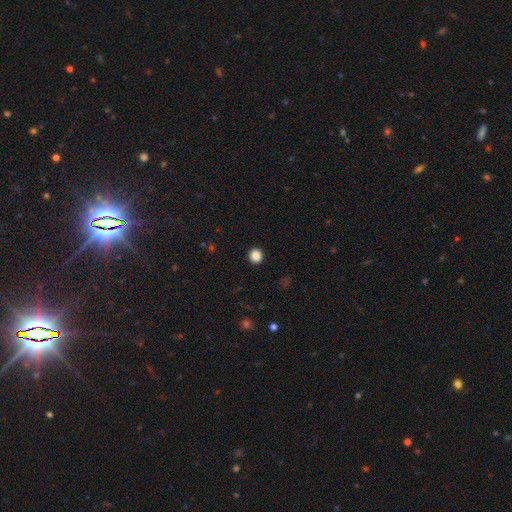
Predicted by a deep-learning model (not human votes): Overall: smooth (86%). How rounded: round (91%). Merging: none (93%).